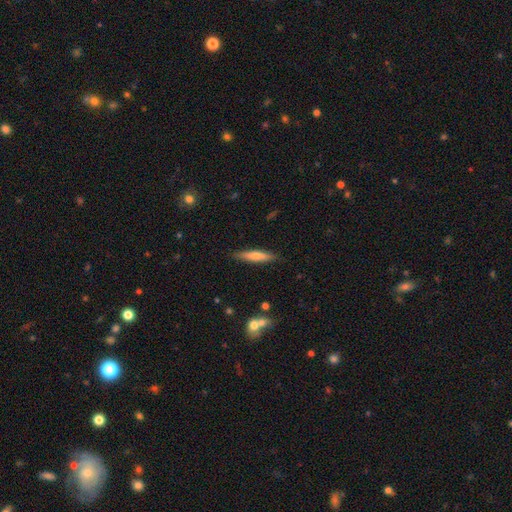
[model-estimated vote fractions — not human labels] A smooth galaxy with no disk features (61%) that is cigar-shaped (88%). Merging: none (88%).